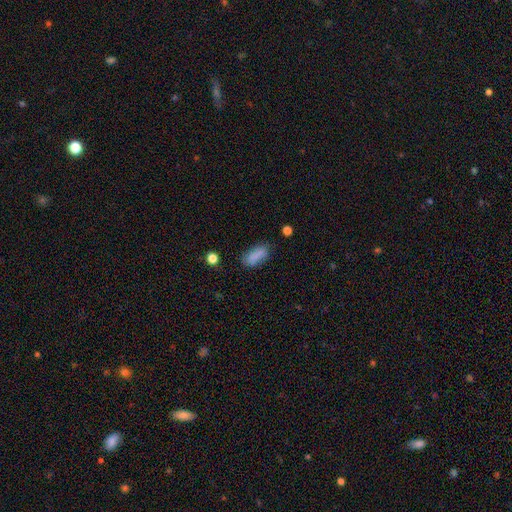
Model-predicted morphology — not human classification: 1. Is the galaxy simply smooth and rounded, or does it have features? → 82% smooth, 9% star or artifact, 9% featured or disk.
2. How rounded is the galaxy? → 82% in between, 15% cigar-shaped, 3% round.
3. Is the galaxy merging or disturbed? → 67% none, 22% minor disturbance, 7% major disturbance, 3% merger.